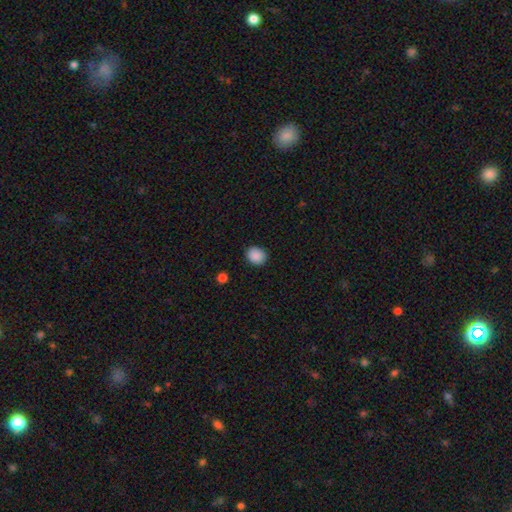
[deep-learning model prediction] Smooth or featured? Predicted: smooth (p=0.89). How rounded? Predicted: round (p=0.57). Merging? Predicted: none (p=0.88).